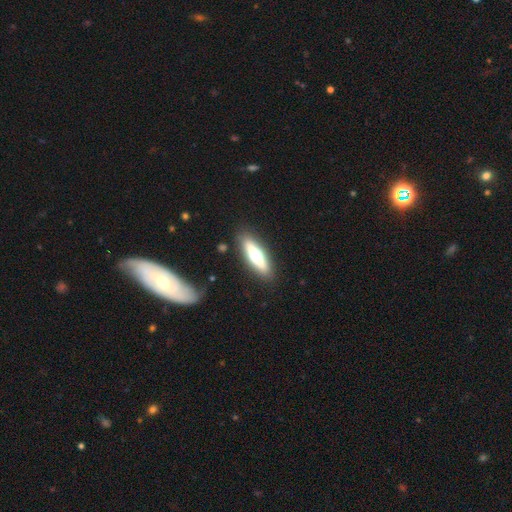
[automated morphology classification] smooth_or_featured: smooth (p=0.48) [alt: featured or disk p=0.46]
merging: none (p=0.87) [alt: minor disturbance p=0.09]